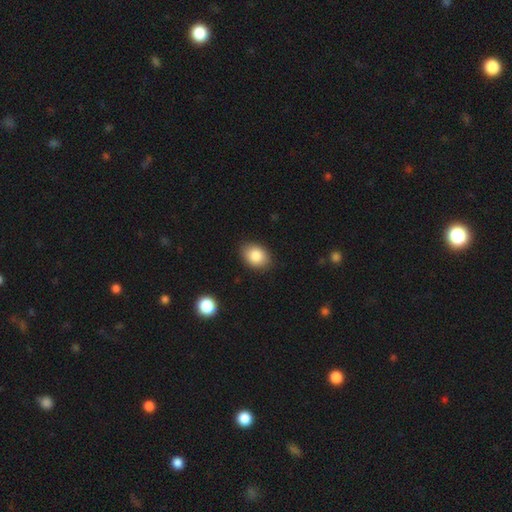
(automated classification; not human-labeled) Smooth or featured? smooth (85%)
How rounded? in between (66%)
Merging? none (86%)